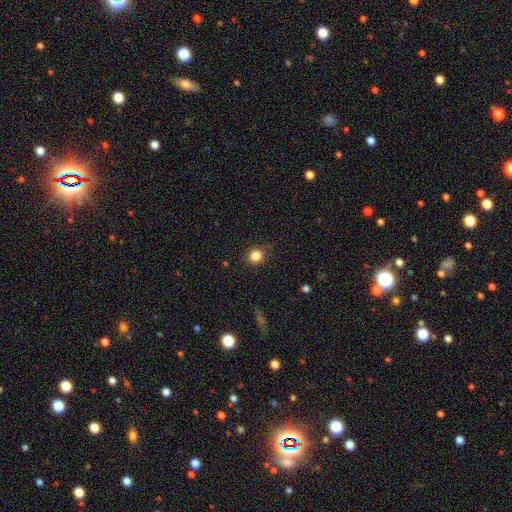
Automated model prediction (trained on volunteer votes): Morphology: type=smooth (83%); roundness=round (88%); merging=none (88%).